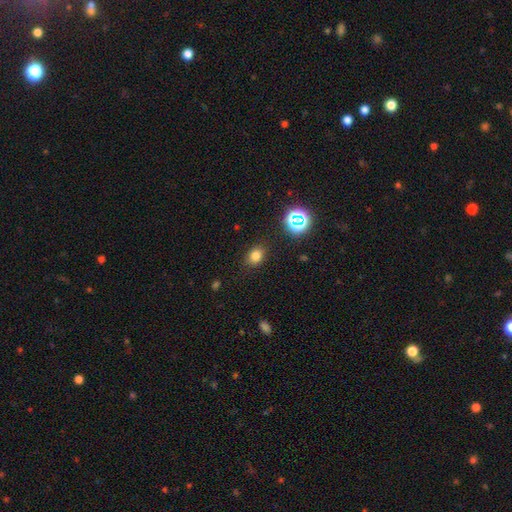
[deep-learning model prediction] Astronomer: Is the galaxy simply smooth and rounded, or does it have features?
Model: smooth — 77%.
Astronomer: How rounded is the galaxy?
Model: in between — 59% (runner-up: round, 40%).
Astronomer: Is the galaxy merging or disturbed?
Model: none — 84%.